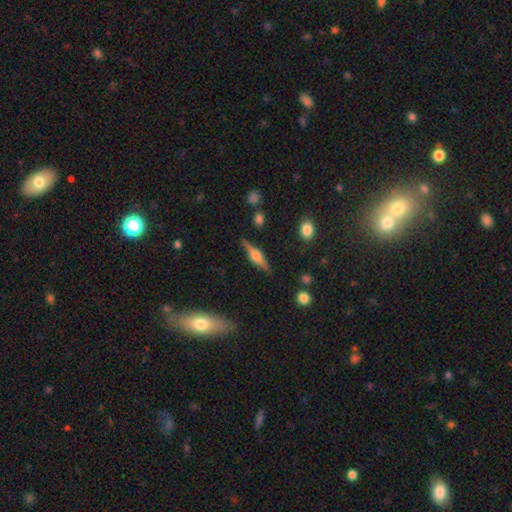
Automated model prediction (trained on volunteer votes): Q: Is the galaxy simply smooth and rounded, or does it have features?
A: featured or disk — 71%.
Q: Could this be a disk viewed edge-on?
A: yes — 97%.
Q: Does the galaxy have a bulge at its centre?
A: rounded — 88%.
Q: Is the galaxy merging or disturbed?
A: none — 86%.